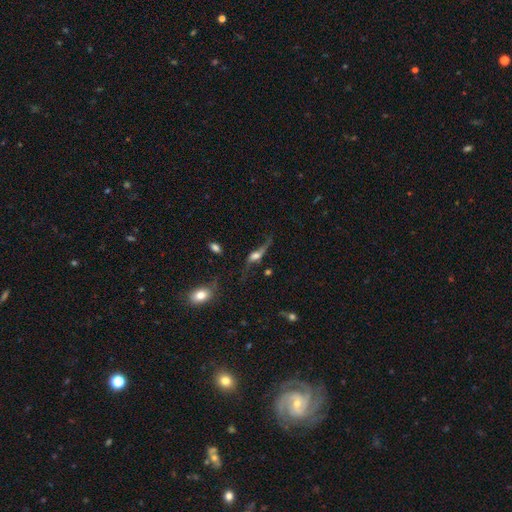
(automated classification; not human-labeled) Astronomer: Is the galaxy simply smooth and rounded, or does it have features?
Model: featured or disk — 65%.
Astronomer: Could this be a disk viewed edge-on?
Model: no — 52% (runner-up: yes, 48%).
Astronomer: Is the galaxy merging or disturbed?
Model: none — 44% (runner-up: major disturbance, 29%).